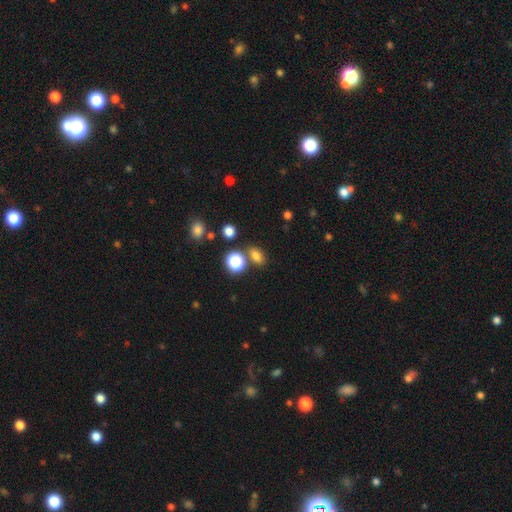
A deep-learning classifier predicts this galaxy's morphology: Smooth or featured?
  - smooth: 76% *
  - star or artifact: 18%
  - featured or disk: 6%
How rounded?
  - in between: 70% *
  - round: 28%
  - cigar-shaped: 2%
Merging?
  - none: 74% *
  - merger: 12%
  - minor disturbance: 11%
  - major disturbance: 4%